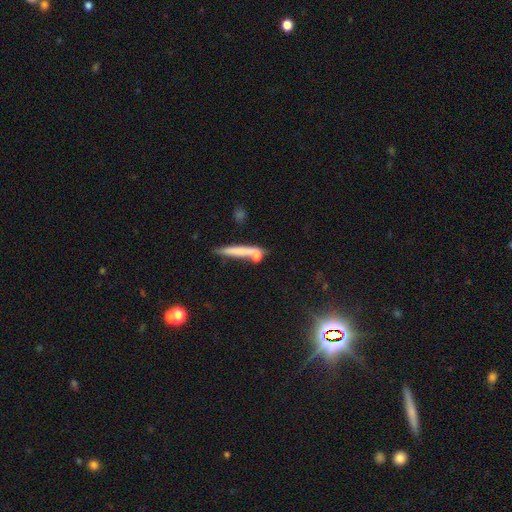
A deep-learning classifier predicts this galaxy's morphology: Q: Smooth or featured?
A: smooth (66%); runner-up: featured or disk (23%)
Q: How rounded?
A: cigar-shaped (63%); runner-up: in between (19%)
Q: Merging?
A: none (51%); runner-up: merger (26%)